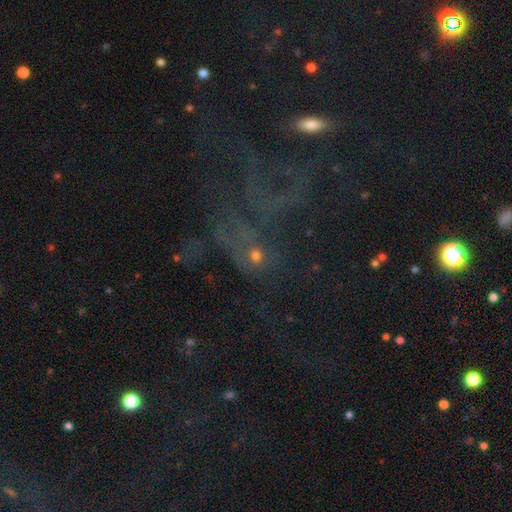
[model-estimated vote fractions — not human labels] Smooth or featured? Predicted: star or artifact (p=0.43).